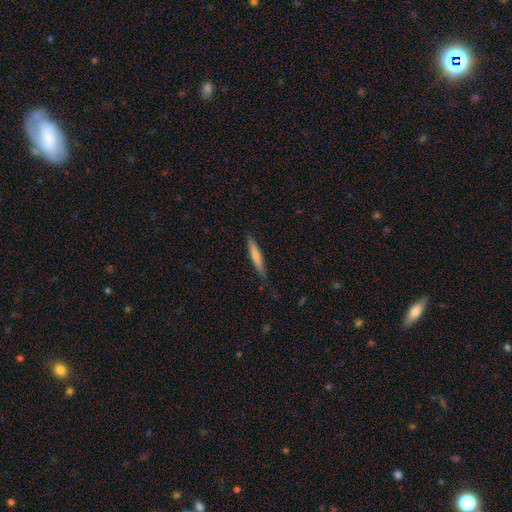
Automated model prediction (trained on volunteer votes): This is likely a smooth galaxy (66%). How rounded: clearly cigar-shaped (92%). Merging: likely none (79%).